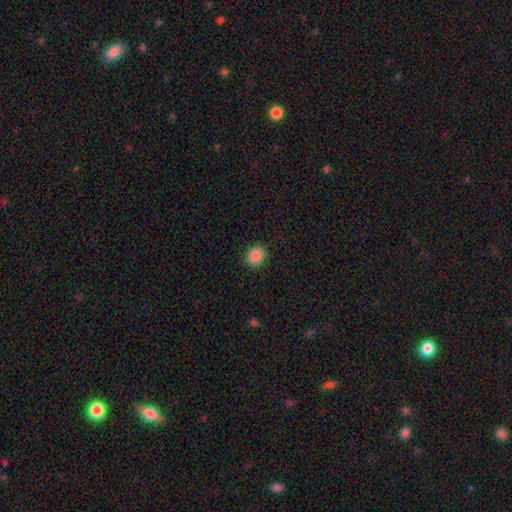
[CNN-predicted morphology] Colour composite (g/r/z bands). It shows a smooth galaxy with no disk features (88%) that is round (60%). Merging: none (89%).